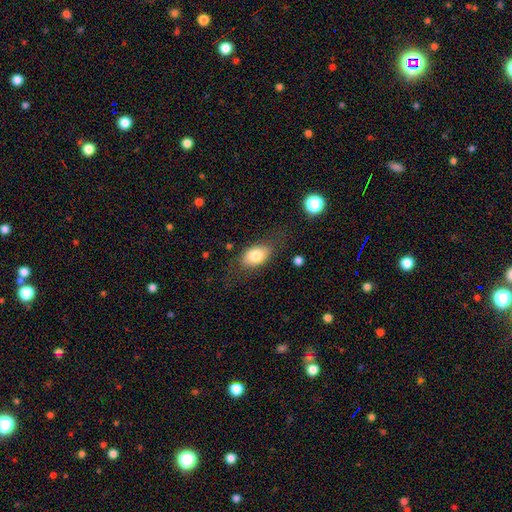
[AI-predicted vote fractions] Smooth or featured?
  - smooth: 77% *
  - featured or disk: 16%
  - star or artifact: 7%
How rounded?
  - in between: 88% *
  - round: 10%
  - cigar-shaped: 2%
Merging?
  - none: 69% *
  - minor disturbance: 19%
  - major disturbance: 10%
  - merger: 2%